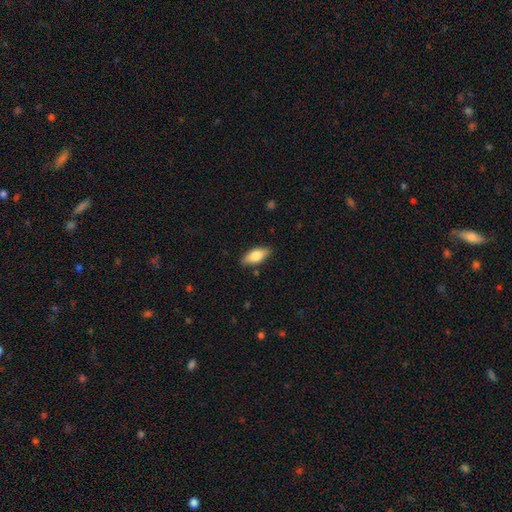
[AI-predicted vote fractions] Overall: smooth (75%). How rounded: in between (83%). Merging: none (84%).